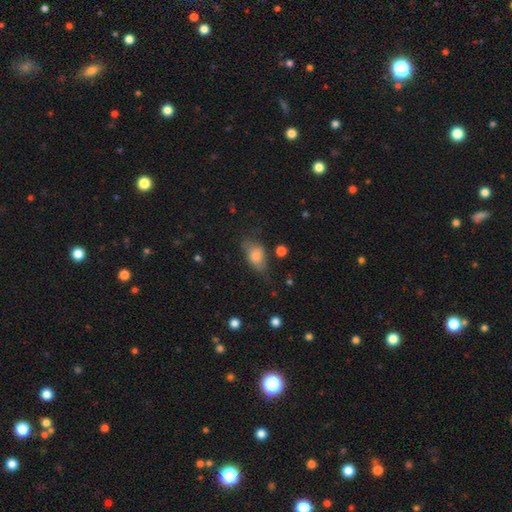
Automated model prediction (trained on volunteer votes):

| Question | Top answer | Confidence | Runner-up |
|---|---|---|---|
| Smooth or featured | smooth | 72% | featured or disk (17%) |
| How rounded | in between | 80% | round (15%) |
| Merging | none | 55% | minor disturbance (29%) |